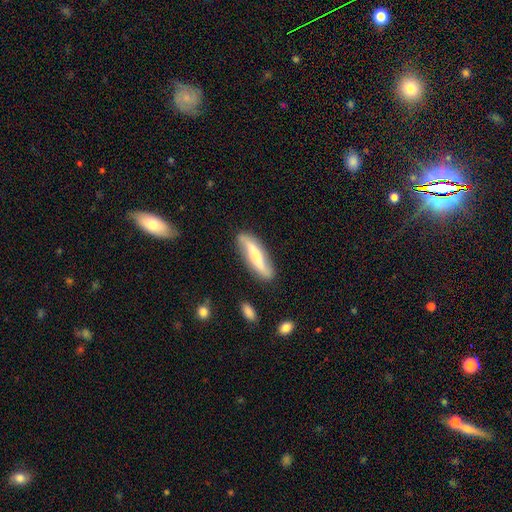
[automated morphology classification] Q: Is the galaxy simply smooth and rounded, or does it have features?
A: featured or disk — 52%.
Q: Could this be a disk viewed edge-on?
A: no — 63%.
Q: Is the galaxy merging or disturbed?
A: none — 79%.